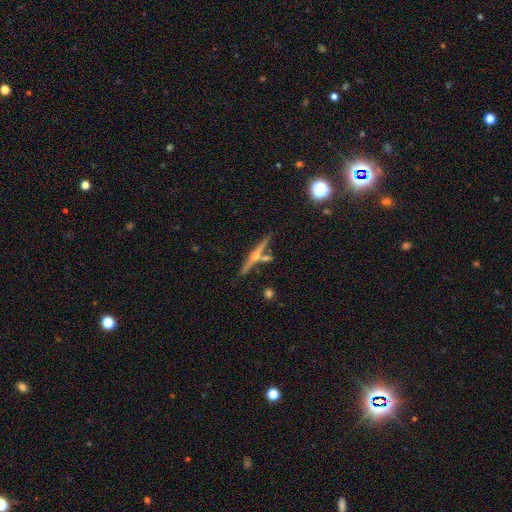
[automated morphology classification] The model was most divided on "smooth or featured": featured or disk: 74%, smooth: 18%, star or artifact: 8%. More confident: edge-on disk — yes (97%); edge-on bulge — rounded (85%); merging — none (76%).